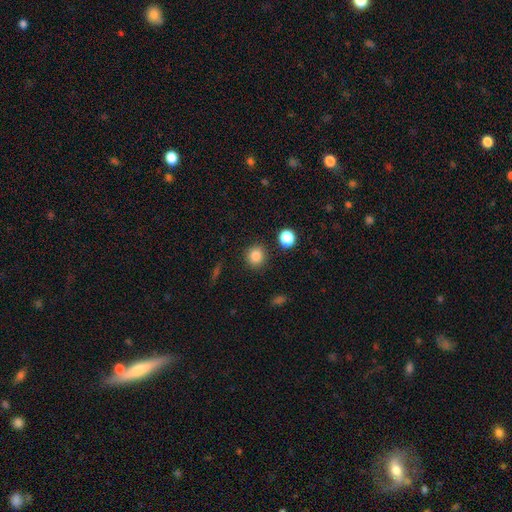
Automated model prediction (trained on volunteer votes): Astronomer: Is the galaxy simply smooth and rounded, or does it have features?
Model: smooth — 85%.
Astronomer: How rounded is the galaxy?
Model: round — 89%.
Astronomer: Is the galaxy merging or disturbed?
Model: none — 89%.